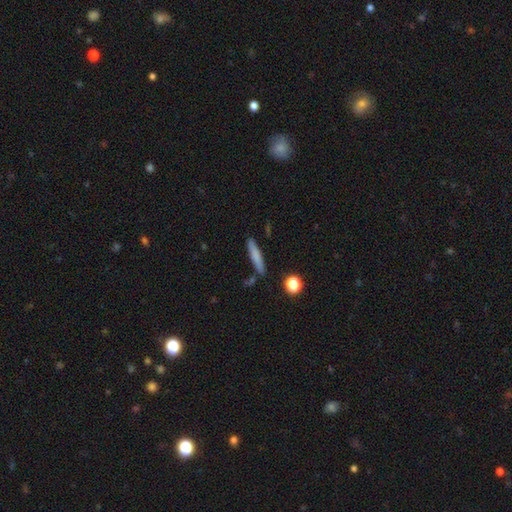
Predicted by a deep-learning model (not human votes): This is likely a smooth galaxy (72%). How rounded: clearly cigar-shaped (89%). Merging: clearly none (81%).